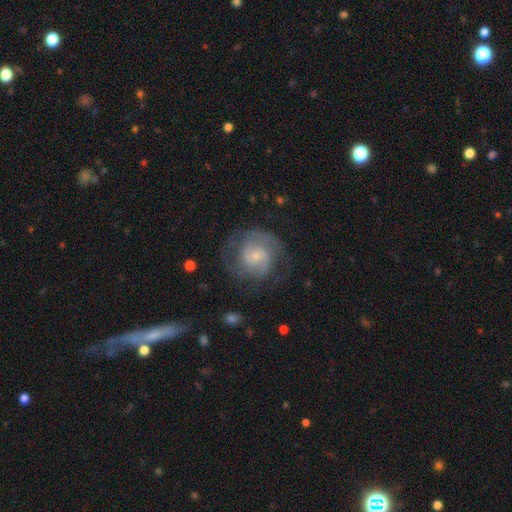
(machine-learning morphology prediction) featured or disk 74%, smooth 19%, star or artifact 7%. Down the decision tree: edge-on disk — no (98%); bar — no (63%); spiral arms — yes (91%); spiral arm count — 2 (52%); spiral winding — tight (47%); bulge size — small (72%); merging — none (66%).